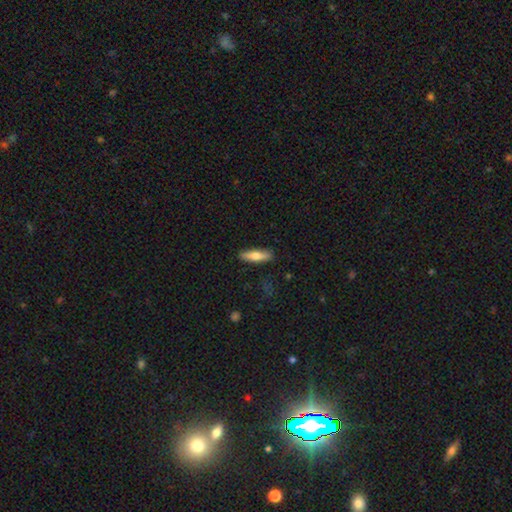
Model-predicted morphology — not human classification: smooth-or-featured: smooth: 68% | featured or disk: 26% | star or artifact: 6%
  how-rounded: cigar-shaped: 64% | in between: 34% | round: 2%
  merging: none: 87% | minor disturbance: 9% | major disturbance: 2% | merger: 1%